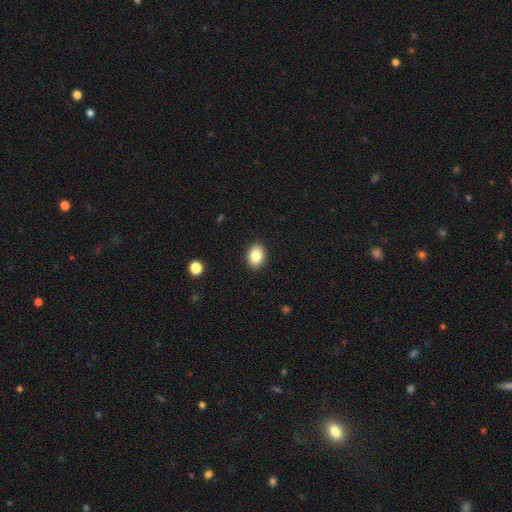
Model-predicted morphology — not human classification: This appears to be a smooth galaxy with no disk features (85%) that is in between round and cigar-shaped (70%). Merging: none (90%).